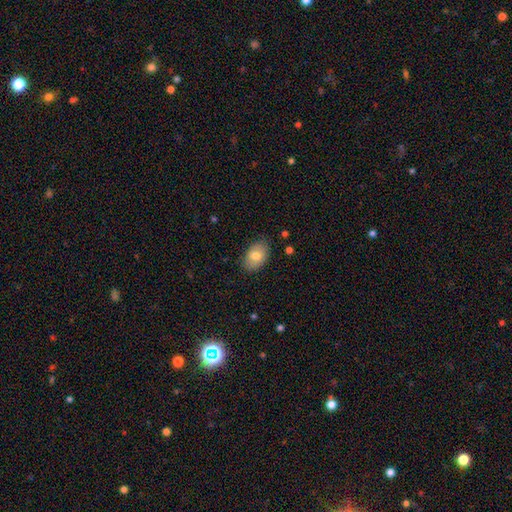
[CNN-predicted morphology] Smooth or featured?
  - smooth: 76% *
  - featured or disk: 17%
  - star or artifact: 7%
How rounded?
  - in between: 86% *
  - round: 13%
  - cigar-shaped: 1%
Merging?
  - none: 82% *
  - minor disturbance: 14%
  - major disturbance: 3%
  - merger: 1%